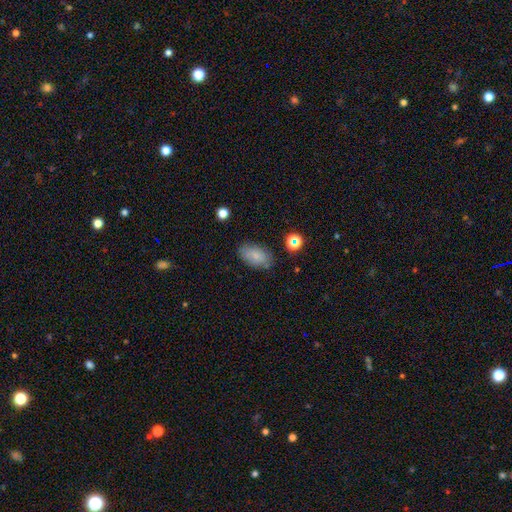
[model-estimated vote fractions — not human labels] A smooth galaxy with no disk features (79%) that is in between round and cigar-shaped (92%). Merging: none (78%).